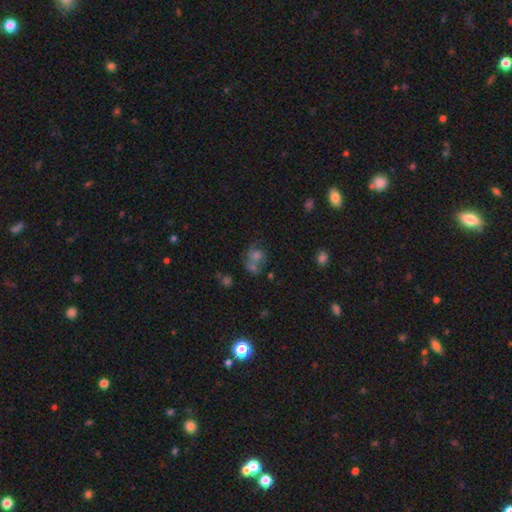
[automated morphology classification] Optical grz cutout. It shows a smooth galaxy with no disk features (51%) that is round (61%). Merging: merger (39%).